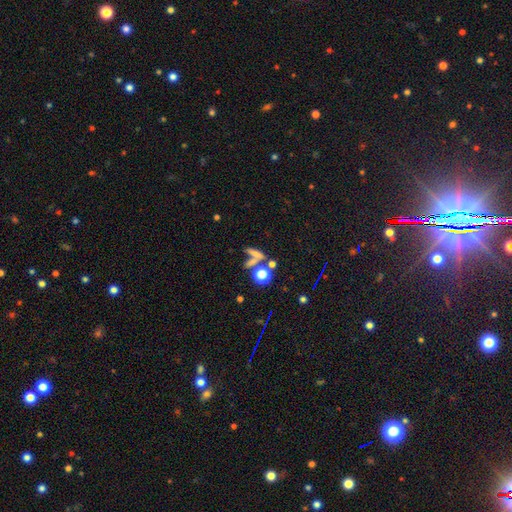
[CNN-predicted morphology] Smooth or featured? Predicted: smooth (p=0.56). How rounded? Predicted: cigar-shaped (p=0.48). Merging? Predicted: none (p=0.49).